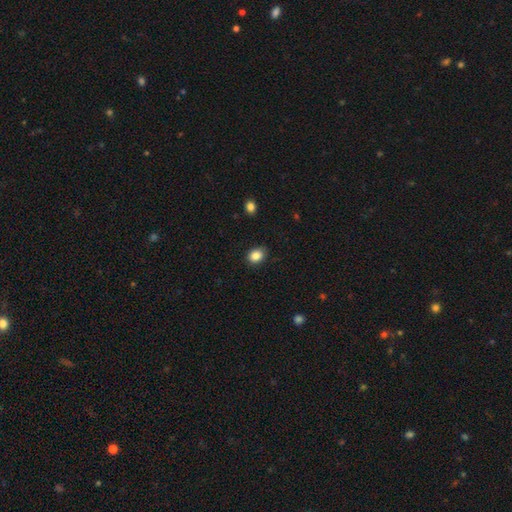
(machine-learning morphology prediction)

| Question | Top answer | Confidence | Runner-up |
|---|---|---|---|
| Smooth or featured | smooth | 86% | star or artifact (9%) |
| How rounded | in between | 57% | round (42%) |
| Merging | none | 87% | minor disturbance (9%) |